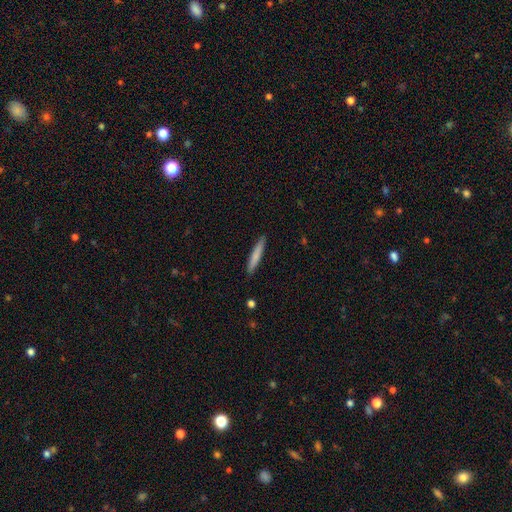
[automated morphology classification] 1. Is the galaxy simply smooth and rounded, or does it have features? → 76% smooth, 18% featured or disk, 6% star or artifact.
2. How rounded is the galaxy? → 94% cigar-shaped, 5% in between, 1% round.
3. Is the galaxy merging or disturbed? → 90% none, 7% minor disturbance, 1% major disturbance, 1% merger.